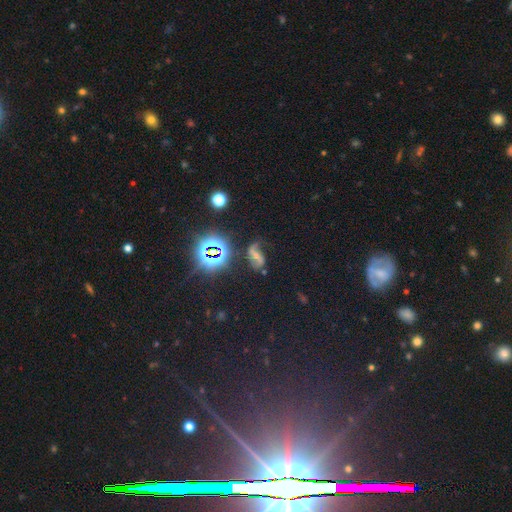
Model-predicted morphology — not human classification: Smooth or featured?
  - featured or disk: 61% *
  - star or artifact: 24%
  - smooth: 15%
Edge-on disk?
  - no: 96% *
  - yes: 4%
Bar?
  - strong: 44% *
  - weak: 32%
  - no: 25%
Spiral arms?
  - yes: 89% *
  - no: 11%
Spiral winding?
  - loose: 72% *
  - medium: 22%
  - tight: 6%
Spiral arm count?
  - 2: 86% *
  - 1: 8%
  - can't tell: 3%
  - 3: 1%
  - 4: 1%
  - more than 4: 1%
Bulge size?
  - small: 45% *
  - none: 25%
  - moderate: 24%
  - large: 4%
  - dominant: 2%
Merging?
  - none: 58% *
  - minor disturbance: 20%
  - major disturbance: 17%
  - merger: 6%